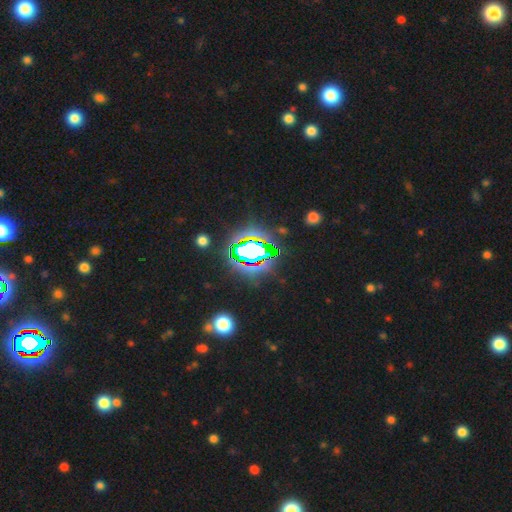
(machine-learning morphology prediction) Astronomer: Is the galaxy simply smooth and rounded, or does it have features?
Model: star or artifact — 70%.